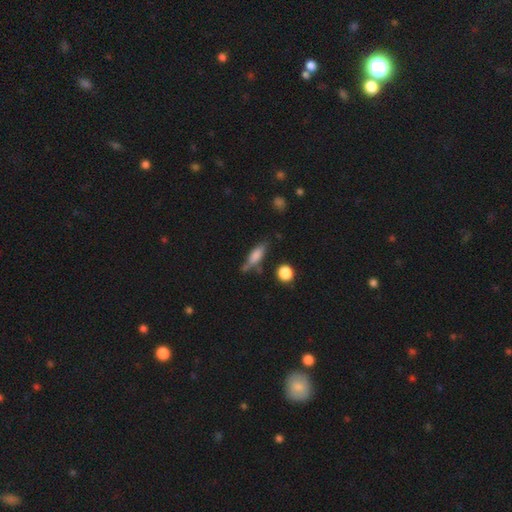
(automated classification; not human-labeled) The model was most divided on "how rounded": cigar-shaped: 57%, in between: 40%, round: 4%. More confident: smooth or featured — smooth (66%); merging — none (62%).